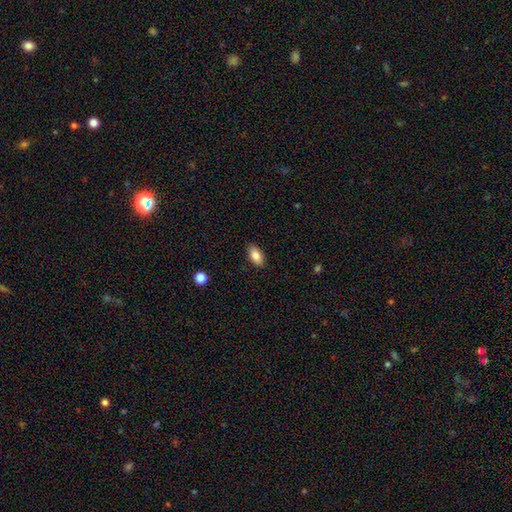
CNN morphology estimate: A smooth galaxy with no disk features (85%) that is in between round and cigar-shaped (91%).

Vote fractions:
- Smooth or featured? smooth: 85% / featured or disk: 8% / star or artifact: 7%
- How rounded? in between: 91% / cigar-shaped: 5% / round: 3%
- Merging? none: 88% / minor disturbance: 9% / major disturbance: 2% / merger: 1%